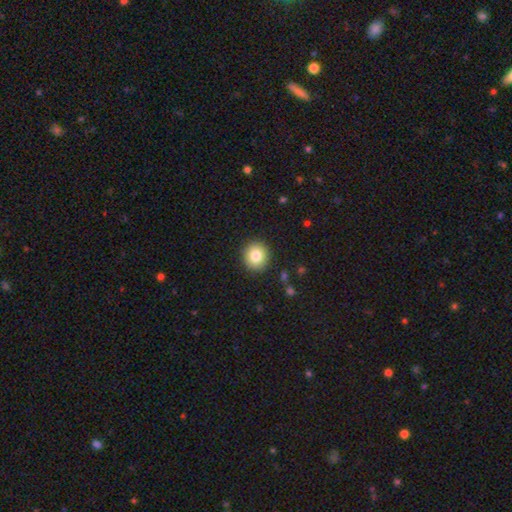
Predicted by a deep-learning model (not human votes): Overall: smooth (82%). How rounded: round (88%). Merging: none (91%).